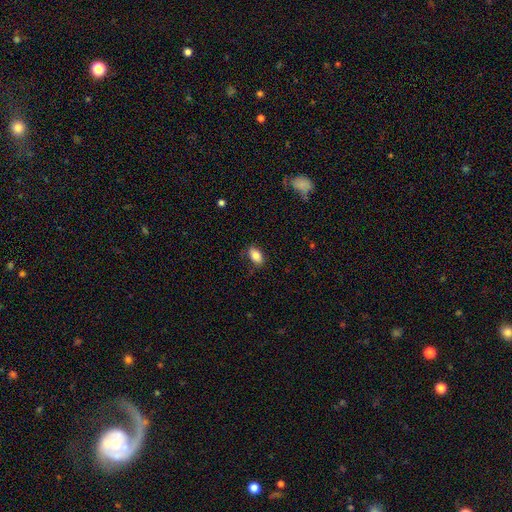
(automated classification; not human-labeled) Smooth or featured: smooth — 83% (featured or disk — 9%)
How rounded: in between — 91% (round — 6%)
Merging: none — 83% (minor disturbance — 13%)